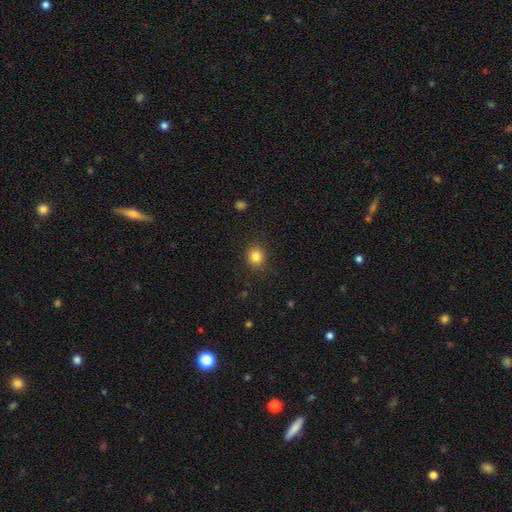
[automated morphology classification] smooth-or-featured: smooth: 84% | star or artifact: 11% | featured or disk: 5%
  how-rounded: round: 76% | in between: 23% | cigar-shaped: 1%
  merging: none: 88% | minor disturbance: 8% | major disturbance: 3% | merger: 1%